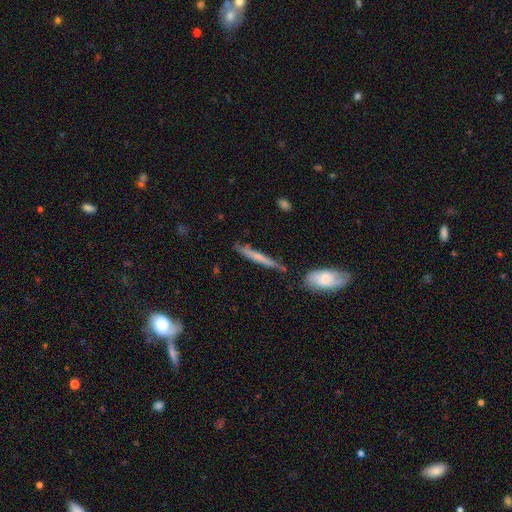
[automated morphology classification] The model was most divided on "smooth or featured": smooth: 54%, featured or disk: 39%, star or artifact: 7%. More confident: how rounded — cigar-shaped (94%); merging — none (78%).